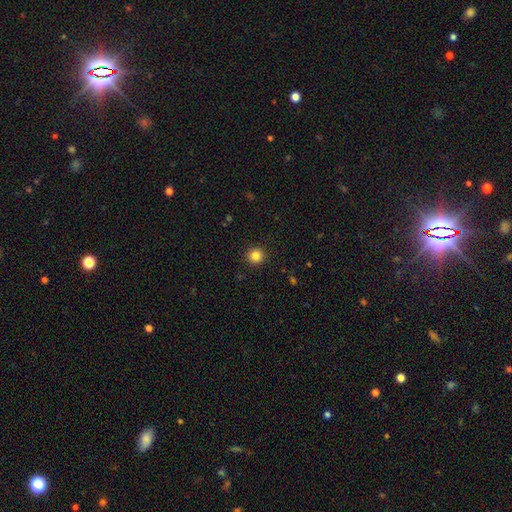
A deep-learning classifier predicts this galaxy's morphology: Smooth or featured?
  - smooth: 84% *
  - star or artifact: 12%
  - featured or disk: 4%
How rounded?
  - round: 94% *
  - in between: 5%
  - cigar-shaped: 1%
Merging?
  - none: 92% *
  - minor disturbance: 5%
  - major disturbance: 2%
  - merger: 1%